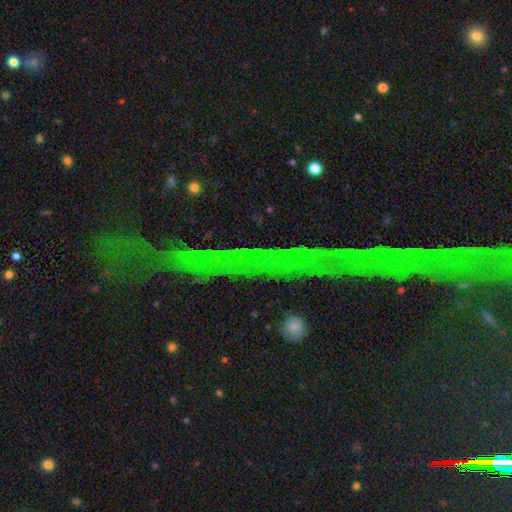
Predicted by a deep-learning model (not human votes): Q: Smooth or featured?
A: star or artifact (84%); runner-up: featured or disk (9%)